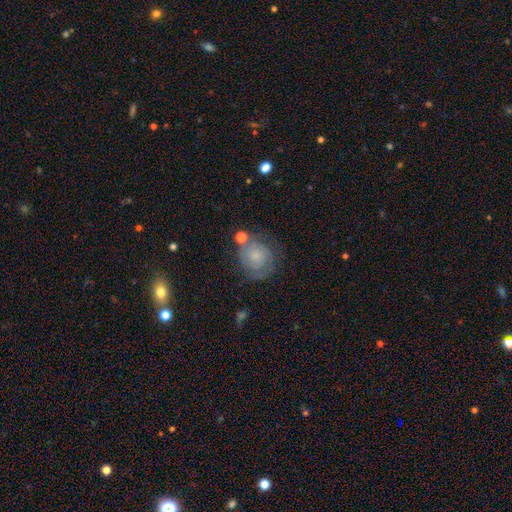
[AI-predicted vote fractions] This appears to be a smooth galaxy with no disk features (45%). Merging: none (62%).